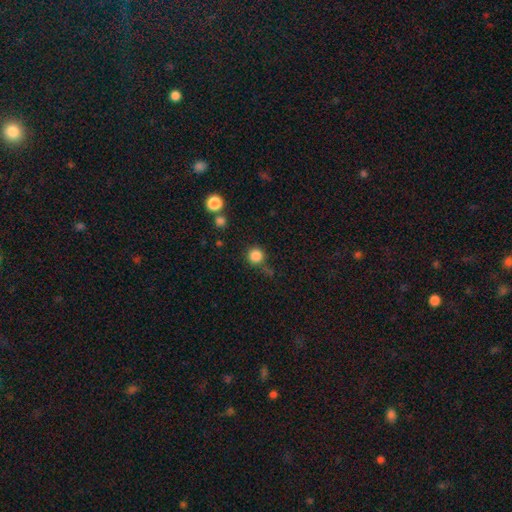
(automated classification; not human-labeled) This appears to be a smooth galaxy with no disk features (84%) that is round (94%). Merging: none (76%).